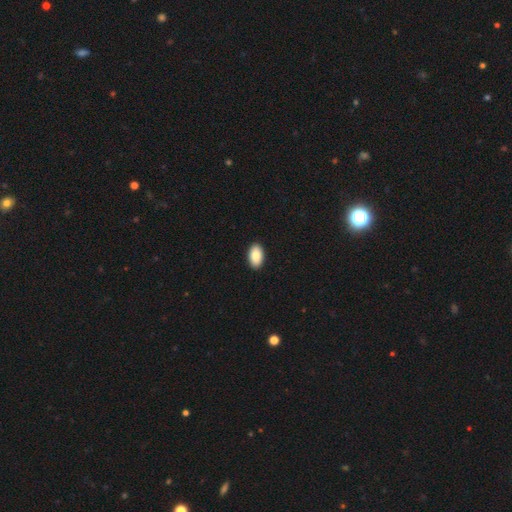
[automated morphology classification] type=smooth (88%); roundness=in between (94%); merging=none (92%).